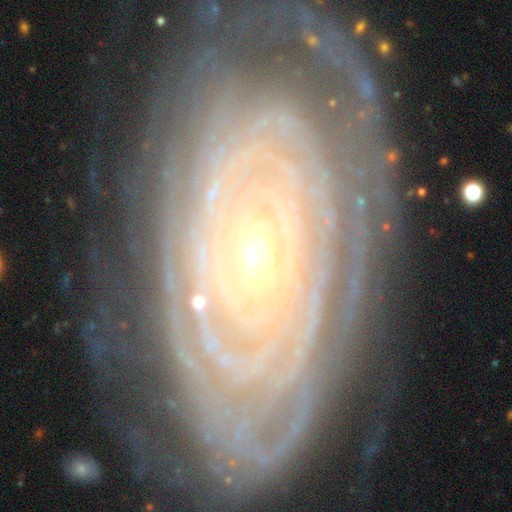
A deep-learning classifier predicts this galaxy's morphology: Q: Smooth or featured?
A: featured or disk (85%); runner-up: smooth (8%)
Q: Edge-on disk?
A: no (93%); runner-up: yes (7%)
Q: Bar?
A: no (77%); runner-up: weak (16%)
Q: Spiral arms?
A: yes (92%); runner-up: no (8%)
Q: Spiral winding?
A: tight (86%); runner-up: medium (10%)
Q: Spiral arm count?
A: can't tell (46%); runner-up: more than 4 (16%)
Q: Bulge size?
A: small (74%); runner-up: moderate (22%)
Q: Merging?
A: none (75%); runner-up: minor disturbance (17%)